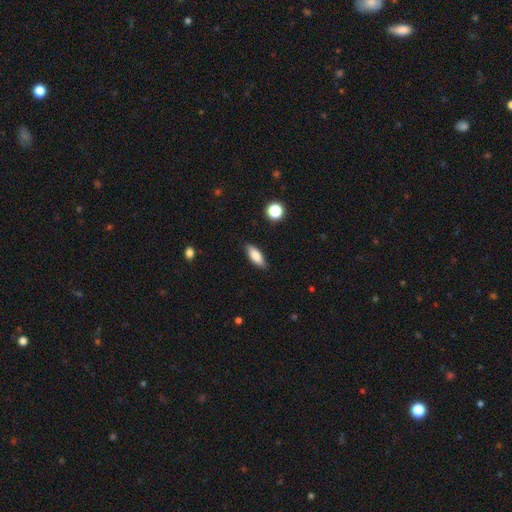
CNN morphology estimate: Smooth or featured? Predicted: smooth (p=0.82). How rounded? Predicted: in between (p=0.69). Merging? Predicted: none (p=0.86).